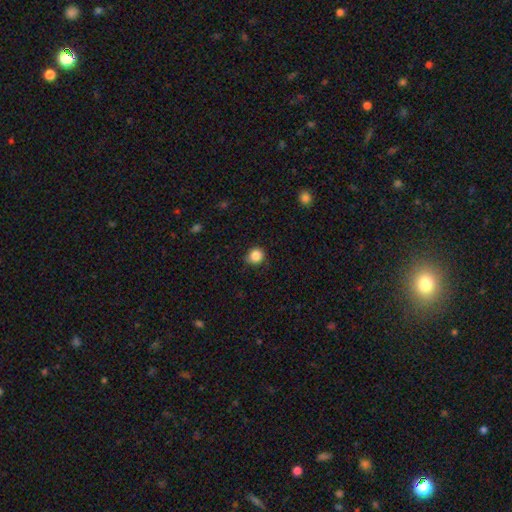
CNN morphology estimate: The model was most divided on "merging": none: 75%, minor disturbance: 20%, major disturbance: 4%, merger: 1%. More confident: how rounded — round (89%); smooth or featured — smooth (85%).